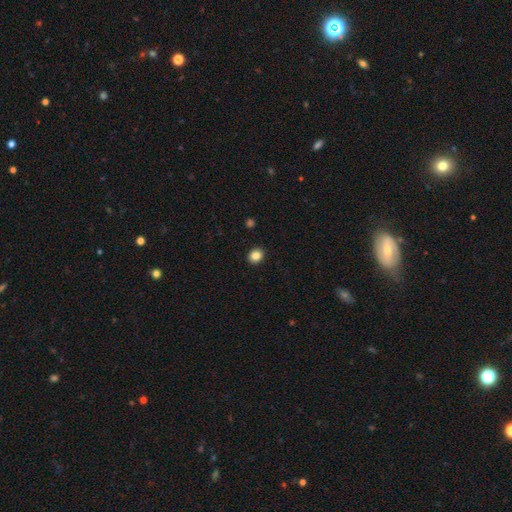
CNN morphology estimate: Smooth or featured? Predicted: smooth (p=0.86). How rounded? Predicted: round (p=0.70). Merging? Predicted: none (p=0.92).